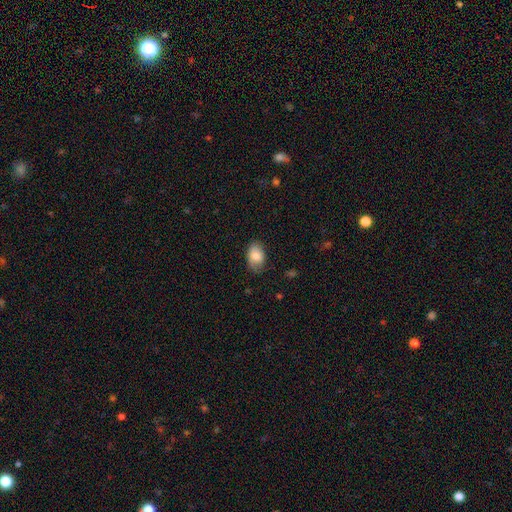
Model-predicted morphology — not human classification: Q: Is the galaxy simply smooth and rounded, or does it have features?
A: smooth — 80%.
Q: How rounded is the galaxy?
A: in between — 90%.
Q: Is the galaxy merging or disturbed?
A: none — 71%.